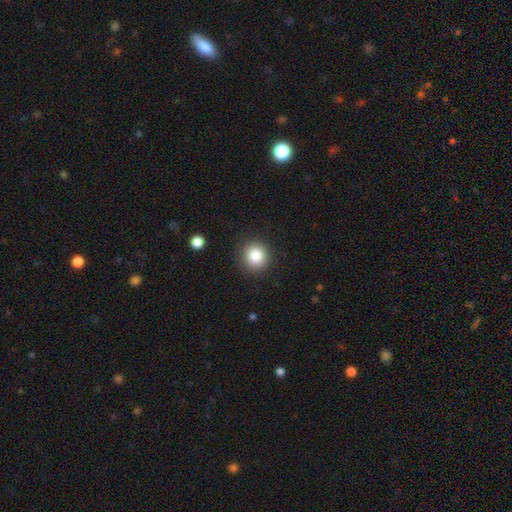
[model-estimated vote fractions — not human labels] The model was most divided on "smooth or featured": smooth: 83%, star or artifact: 10%, featured or disk: 7%. More confident: how rounded — round (92%); merging — none (89%).